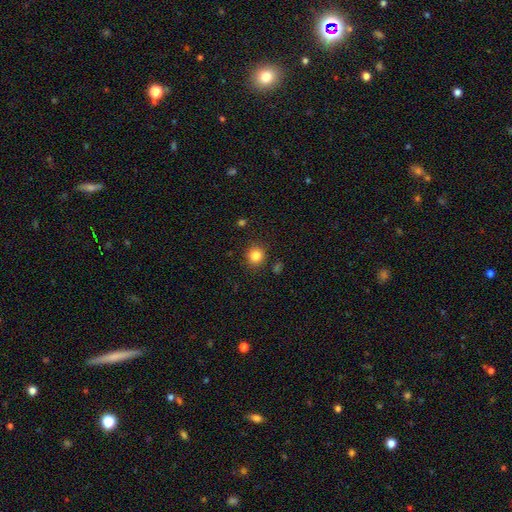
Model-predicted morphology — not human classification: Smooth or featured?
  - smooth: 83% *
  - star or artifact: 12%
  - featured or disk: 5%
How rounded?
  - round: 88% *
  - in between: 11%
  - cigar-shaped: 1%
Merging?
  - none: 88% *
  - minor disturbance: 8%
  - major disturbance: 2%
  - merger: 2%